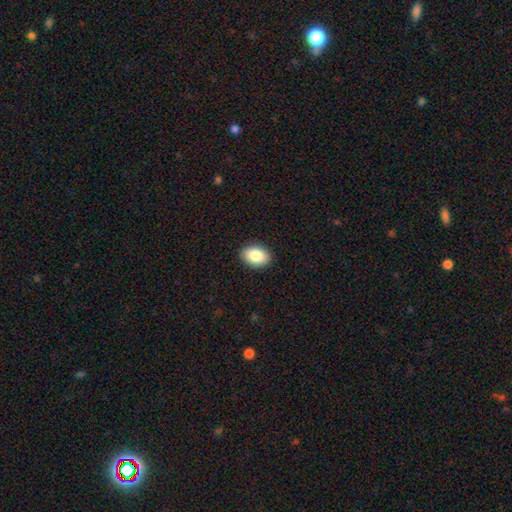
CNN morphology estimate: Overall: smooth (85%). How rounded: in between (82%). Merging: none (90%).